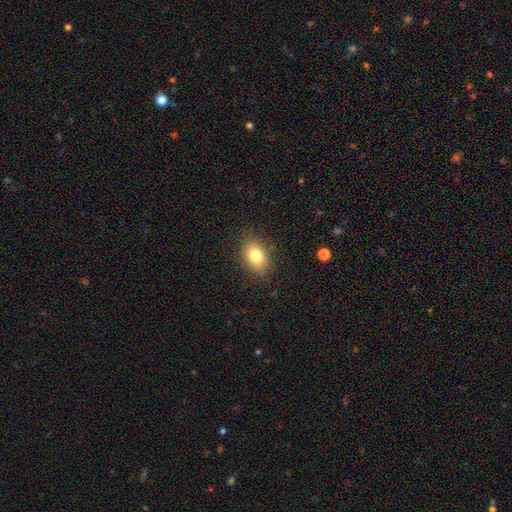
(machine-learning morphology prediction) smooth-or-featured: smooth: 79% | featured or disk: 12% | star or artifact: 9%
  how-rounded: in between: 81% | round: 17% | cigar-shaped: 2%
  merging: none: 84% | minor disturbance: 12% | major disturbance: 3% | merger: 1%